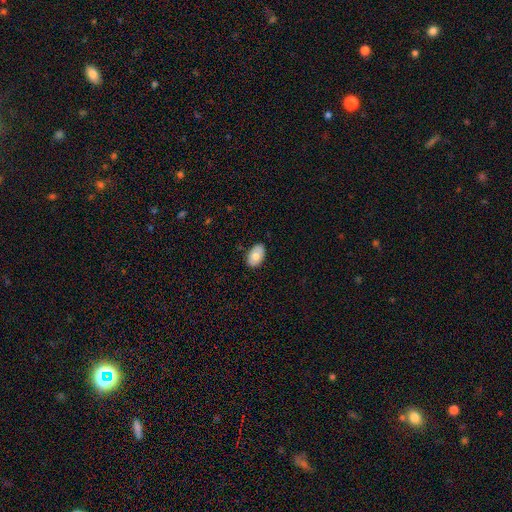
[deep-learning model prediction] smooth-or-featured: smooth: 73% | featured or disk: 20% | star or artifact: 7%
  how-rounded: in between: 90% | round: 9% | cigar-shaped: 1%
  merging: none: 84% | minor disturbance: 13% | major disturbance: 2% | merger: 1%